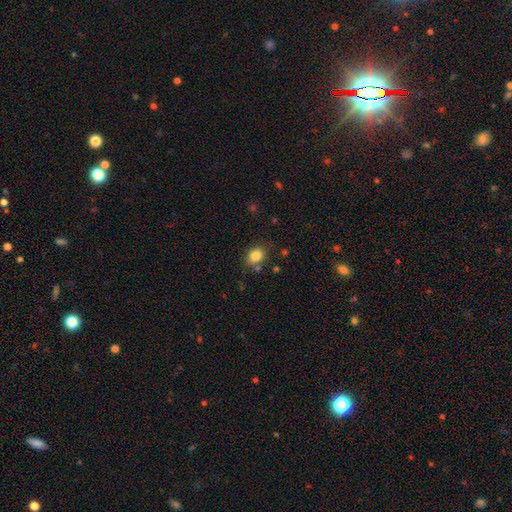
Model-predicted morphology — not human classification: This appears to be a smooth galaxy with no disk features (83%) that is in between round and cigar-shaped (50%). Merging: none (78%).